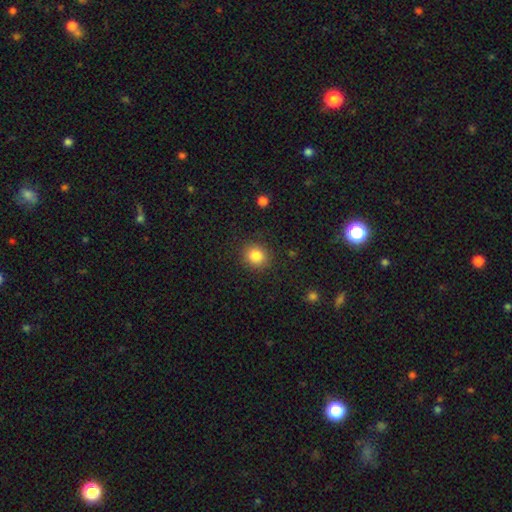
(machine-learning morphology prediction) Q: Smooth or featured?
A: smooth (84%); runner-up: star or artifact (10%)
Q: How rounded?
A: round (84%); runner-up: in between (16%)
Q: Merging?
A: none (88%); runner-up: minor disturbance (8%)